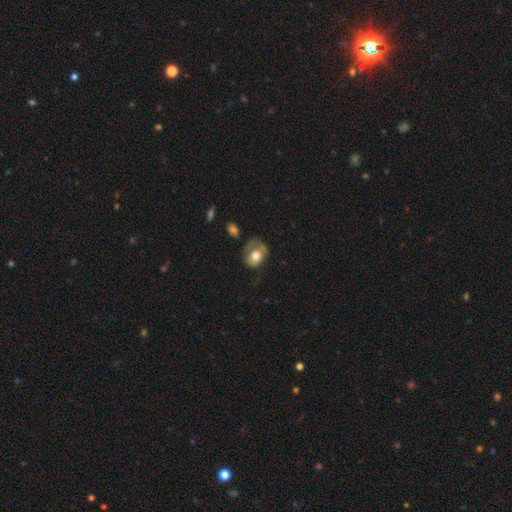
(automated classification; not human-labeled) The model was most divided on "merging": none: 37%, minor disturbance: 31%, major disturbance: 28%, merger: 4%. More confident: smooth or featured — smooth (63%); how rounded — in between (56%).